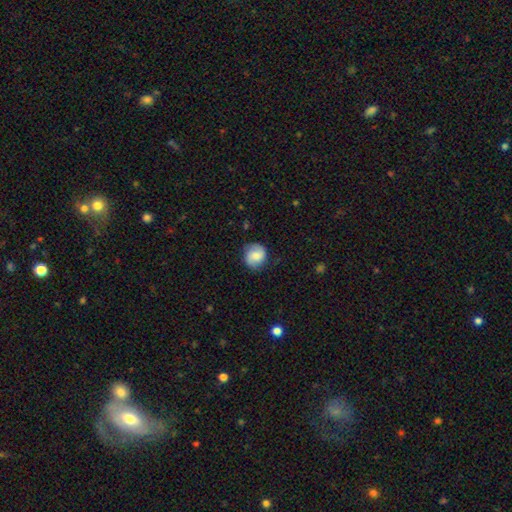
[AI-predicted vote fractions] A smooth galaxy with no disk features (51%) that is round (83%).

Vote fractions:
- Smooth or featured? smooth: 51% / featured or disk: 41% / star or artifact: 8%
- How rounded? round: 83% / in between: 16% / cigar-shaped: 1%
- Merging? none: 80% / minor disturbance: 15% / major disturbance: 4% / merger: 1%